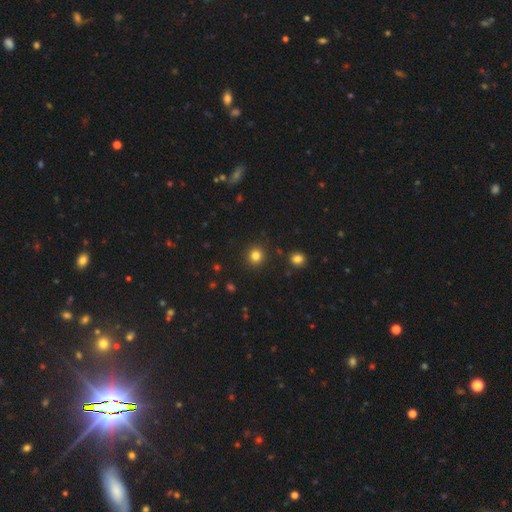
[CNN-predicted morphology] This appears to be a smooth galaxy with no disk features (82%) that is round (91%). Merging: none (91%).